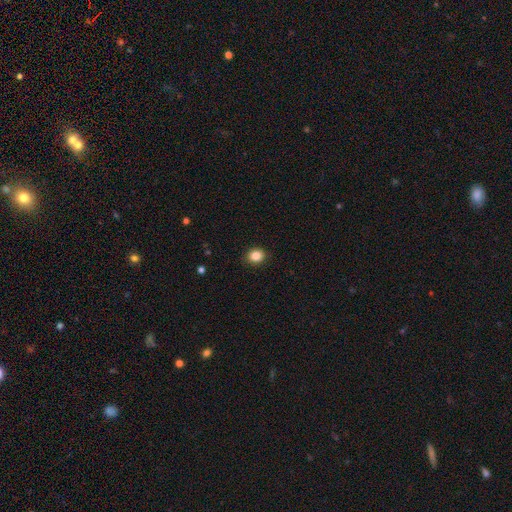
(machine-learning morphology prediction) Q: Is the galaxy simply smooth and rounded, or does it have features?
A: smooth — 86%.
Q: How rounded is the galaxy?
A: round — 63%.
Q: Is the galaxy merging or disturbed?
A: none — 89%.